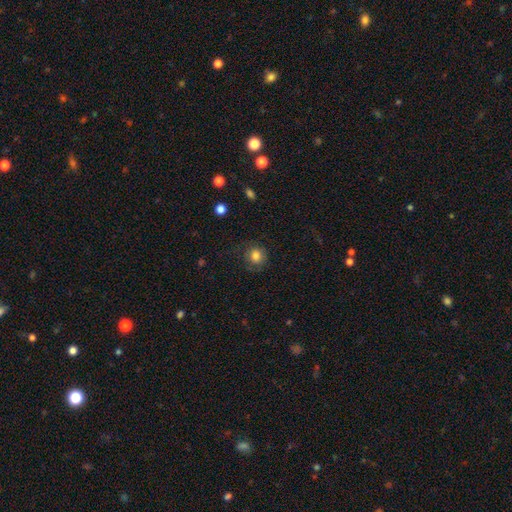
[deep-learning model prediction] Overall: smooth (81%). How rounded: round (84%). Merging: none (76%).